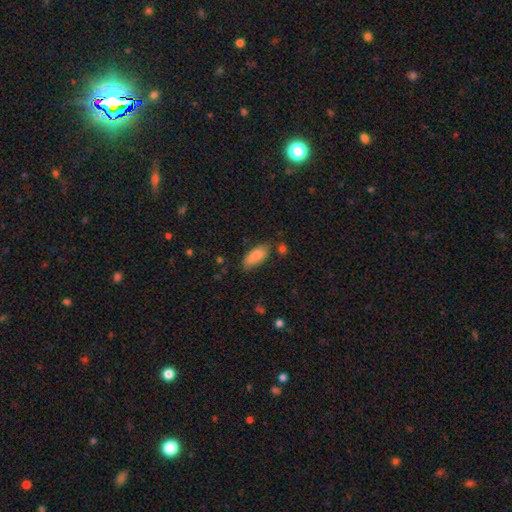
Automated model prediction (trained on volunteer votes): This is clearly a smooth galaxy (85%). How rounded: clearly in between (87%). Merging: likely none (68%).